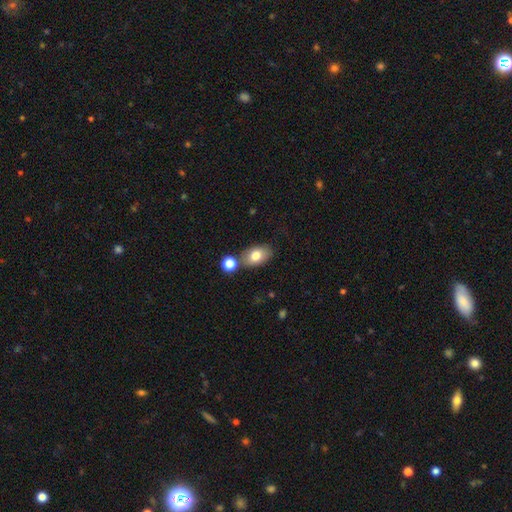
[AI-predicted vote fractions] The model was most divided on "merging": none: 68%, merger: 16%, minor disturbance: 13%, major disturbance: 3%. More confident: how rounded — in between (87%); smooth or featured — smooth (78%).